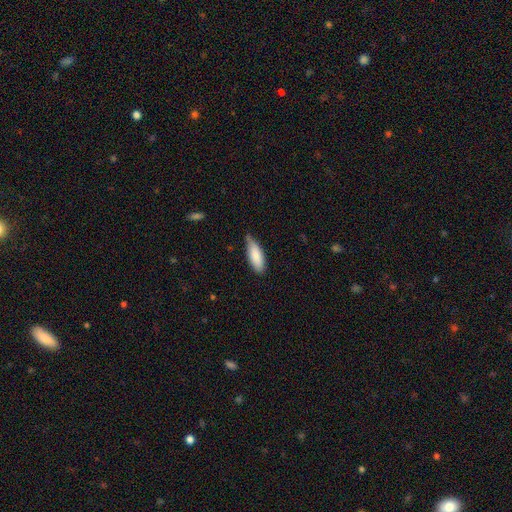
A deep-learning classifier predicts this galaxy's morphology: Q: Smooth or featured?
A: smooth (85%); runner-up: featured or disk (9%)
Q: How rounded?
A: in between (66%); runner-up: cigar-shaped (33%)
Q: Merging?
A: none (61%); runner-up: minor disturbance (33%)